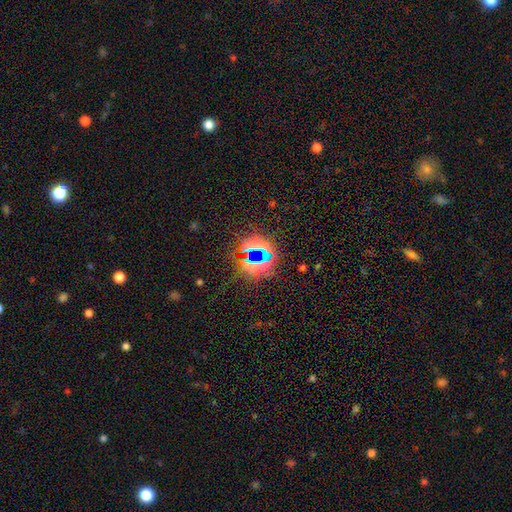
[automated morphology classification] The model was most divided on "smooth or featured": star or artifact: 72%, smooth: 17%, featured or disk: 11%.